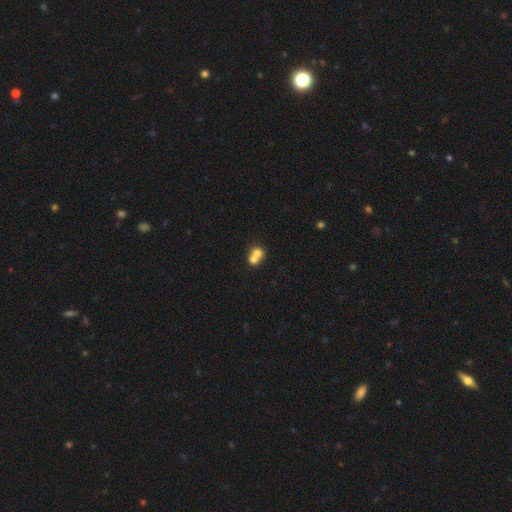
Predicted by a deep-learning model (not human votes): smooth 70%, featured or disk 20%, star or artifact 10%. Down the decision tree: how rounded — round (73%); merging — merger (69%).